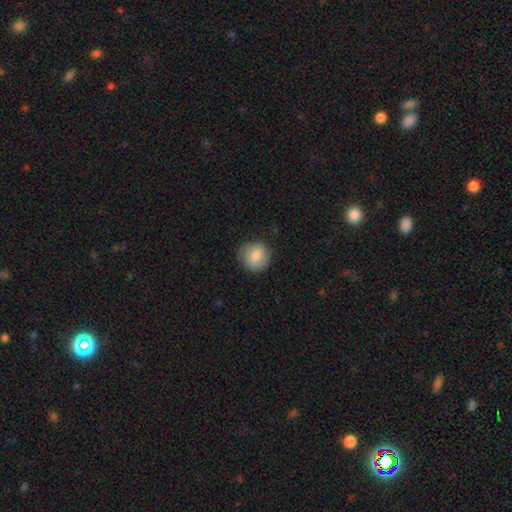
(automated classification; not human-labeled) A smooth galaxy with no disk features (79%) that is round (87%). Merging: none (79%).